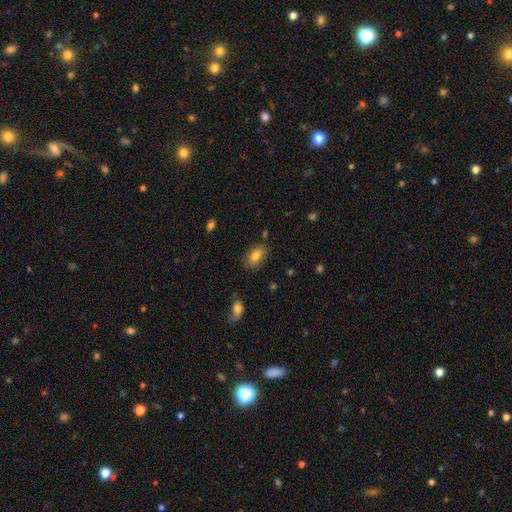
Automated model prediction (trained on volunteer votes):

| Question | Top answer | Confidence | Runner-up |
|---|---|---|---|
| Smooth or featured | smooth | 79% | featured or disk (13%) |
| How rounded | in between | 89% | round (8%) |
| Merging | none | 80% | minor disturbance (14%) |